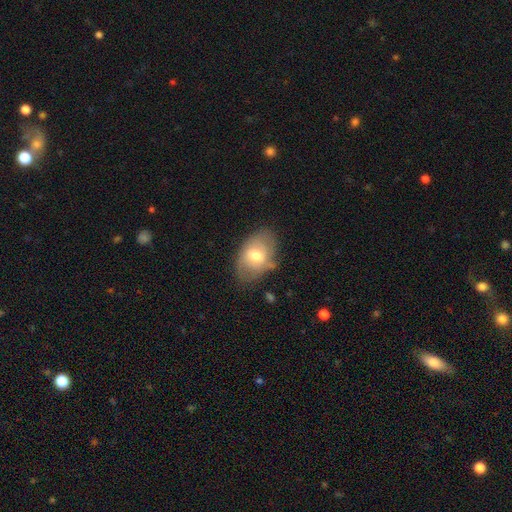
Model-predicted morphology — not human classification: smooth-or-featured: smooth: 65% | featured or disk: 28% | star or artifact: 8%
  how-rounded: in between: 83% | round: 16% | cigar-shaped: 1%
  merging: none: 63% | minor disturbance: 26% | major disturbance: 8% | merger: 3%